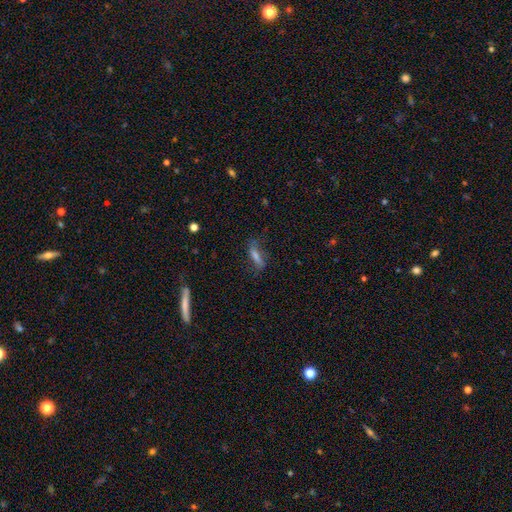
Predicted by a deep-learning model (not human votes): This is possibly a smooth galaxy (46%). Merging: likely none (65%).